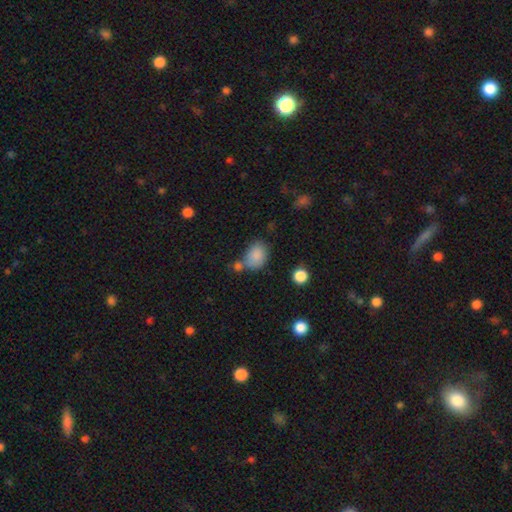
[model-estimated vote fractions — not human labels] Smooth or featured? smooth (85%)
How rounded? in between (70%)
Merging? none (49%)